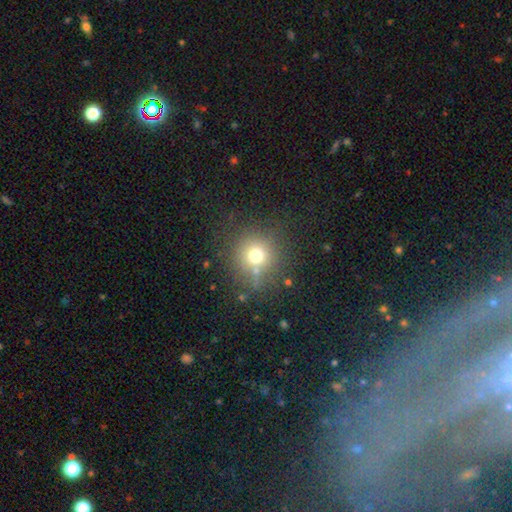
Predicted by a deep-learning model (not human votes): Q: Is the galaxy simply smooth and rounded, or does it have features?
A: smooth — 69%.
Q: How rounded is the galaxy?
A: round — 93%.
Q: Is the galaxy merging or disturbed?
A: none — 77%.